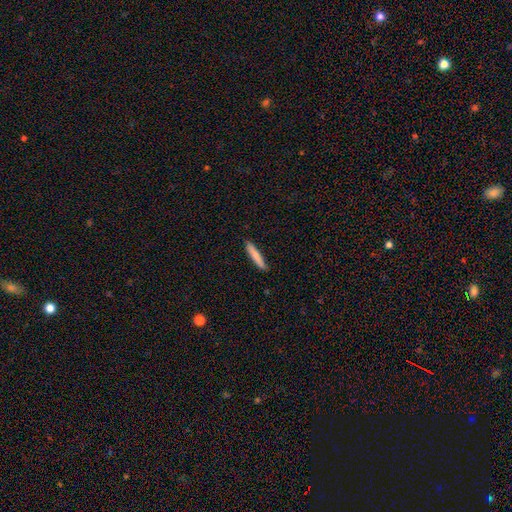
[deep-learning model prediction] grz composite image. It shows a smooth galaxy with no disk features (81%) that is cigar-shaped (93%). Merging: none (89%).